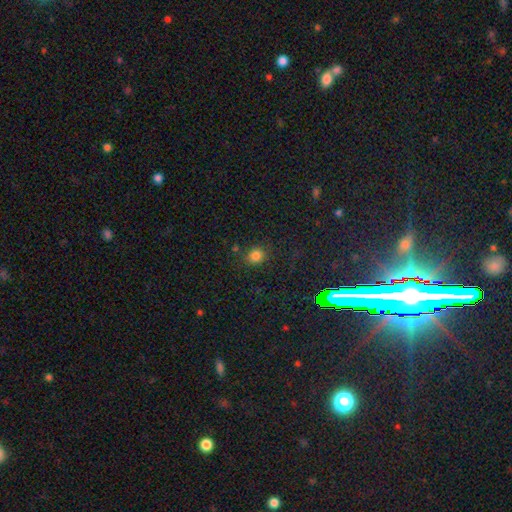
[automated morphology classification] Q: Smooth or featured?
A: smooth (79%); runner-up: star or artifact (15%)
Q: How rounded?
A: round (80%); runner-up: in between (19%)
Q: Merging?
A: none (82%); runner-up: minor disturbance (11%)